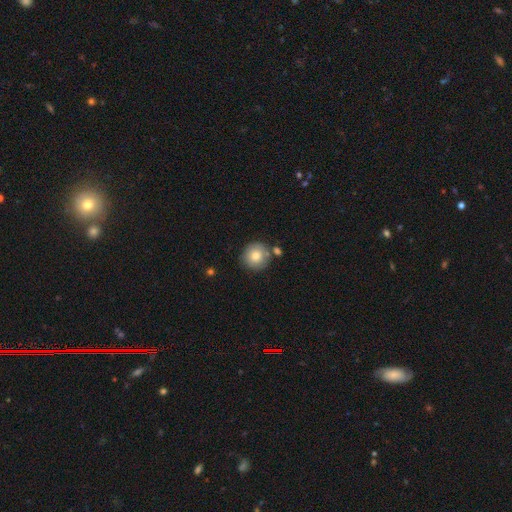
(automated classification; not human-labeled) smooth-or-featured: smooth: 79% | featured or disk: 13% | star or artifact: 8%
  how-rounded: round: 94% | in between: 5% | cigar-shaped: 1%
  merging: none: 76% | minor disturbance: 11% | merger: 10% | major disturbance: 3%